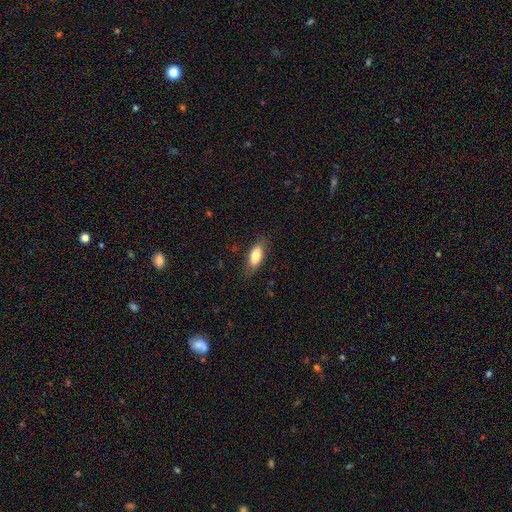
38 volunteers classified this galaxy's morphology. A smooth galaxy with no disk features (82%) that is in between round and cigar-shaped (94%). Merging: none (63%).